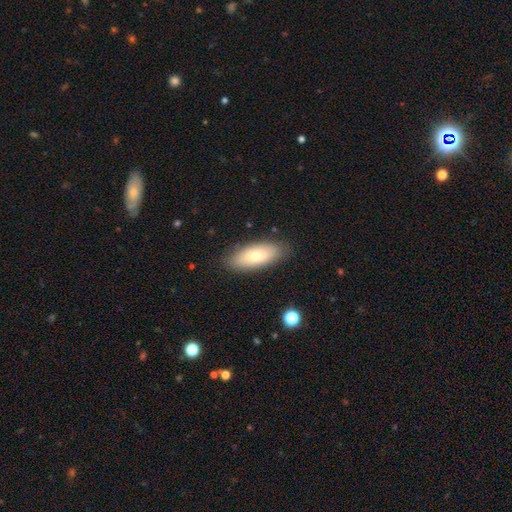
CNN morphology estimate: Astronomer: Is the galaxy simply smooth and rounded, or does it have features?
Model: smooth — 74%.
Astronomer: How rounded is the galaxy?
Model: in between — 80%.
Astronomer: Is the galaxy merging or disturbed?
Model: none — 85%.